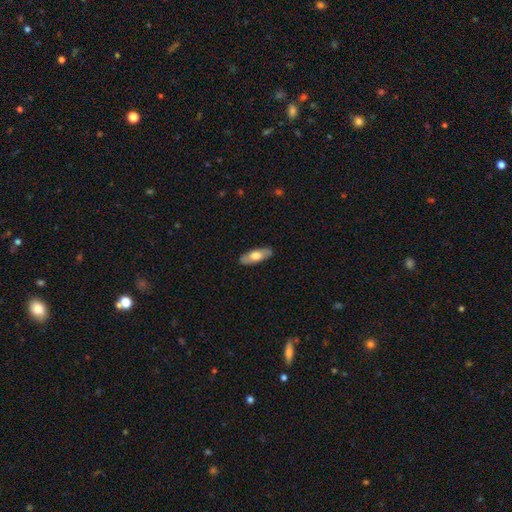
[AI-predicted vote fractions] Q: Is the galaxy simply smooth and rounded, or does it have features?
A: smooth — 59%.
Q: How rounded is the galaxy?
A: in between — 74%.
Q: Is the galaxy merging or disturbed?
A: none — 86%.